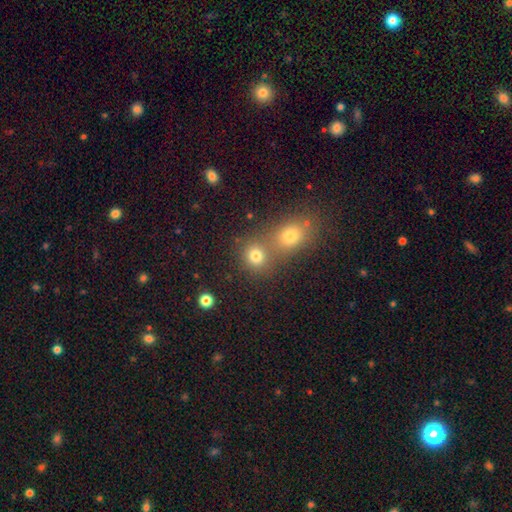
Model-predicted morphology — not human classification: This appears to be a smooth galaxy with no disk features (77%) that is round (80%). Merging: none (53%).